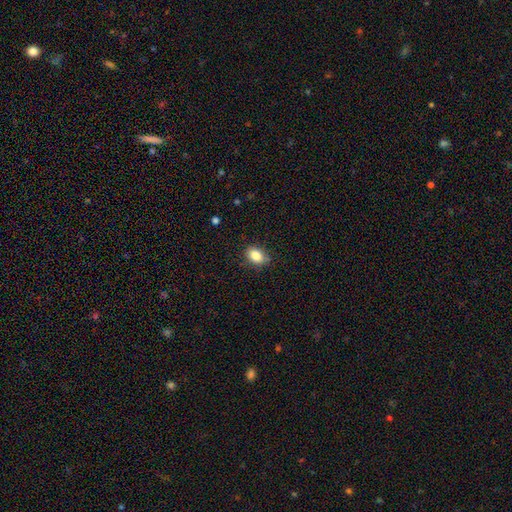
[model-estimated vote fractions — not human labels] This is clearly a smooth galaxy (85%). How rounded: likely in between (76%). Merging: clearly none (83%).